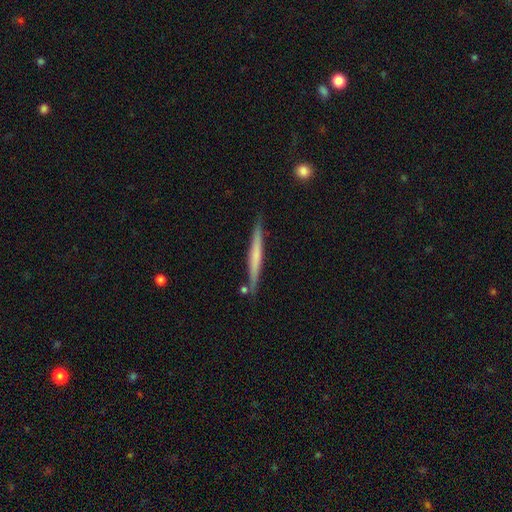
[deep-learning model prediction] Smooth or featured? Predicted: smooth (p=0.49). Merging? Predicted: none (p=0.85).